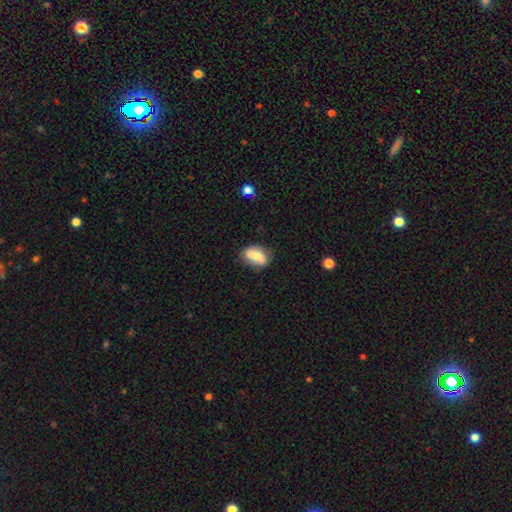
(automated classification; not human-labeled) Q: Smooth or featured?
A: smooth (64%); runner-up: featured or disk (28%)
Q: How rounded?
A: in between (87%); runner-up: round (10%)
Q: Merging?
A: none (74%); runner-up: minor disturbance (20%)